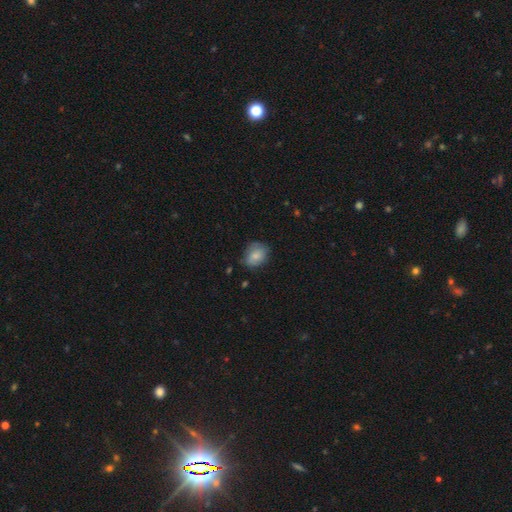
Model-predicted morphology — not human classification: Smooth or featured?
  - smooth: 78% *
  - featured or disk: 14%
  - star or artifact: 8%
How rounded?
  - in between: 55% *
  - round: 43%
  - cigar-shaped: 1%
Merging?
  - none: 62% *
  - minor disturbance: 29%
  - major disturbance: 7%
  - merger: 2%